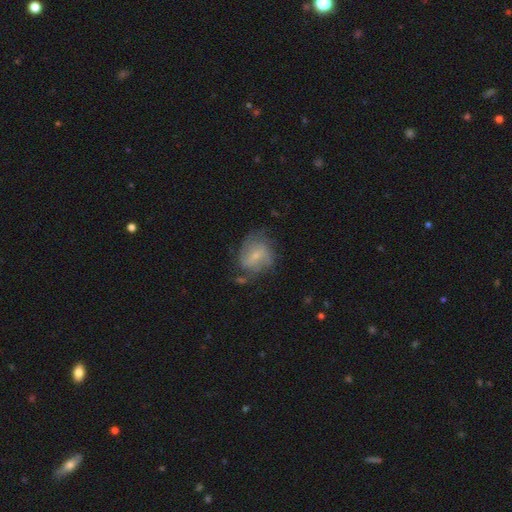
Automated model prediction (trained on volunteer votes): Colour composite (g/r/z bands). It shows a featured or disk galaxy (66%) with a weak bar (50%), 2 (44%) medium (44%) spiral arms (84%) and a small central bulge (68%). Merging: none (56%).